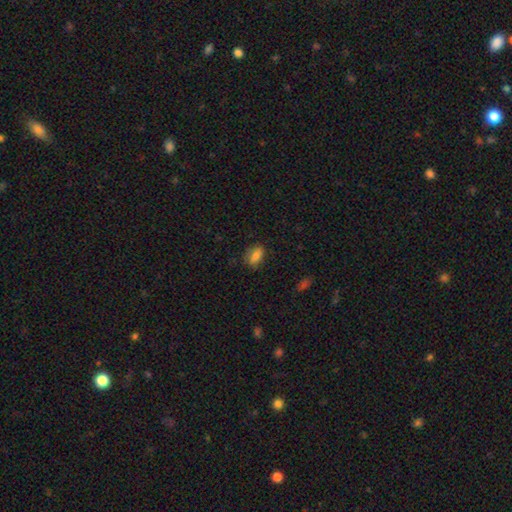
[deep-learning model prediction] Smooth or featured? Predicted: smooth (p=0.80). How rounded? Predicted: in between (p=0.83). Merging? Predicted: none (p=0.74).